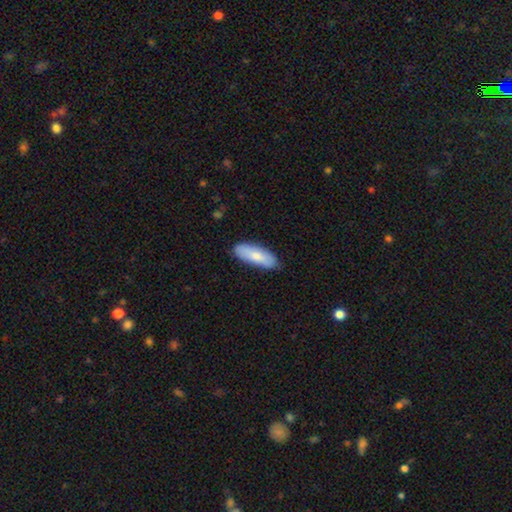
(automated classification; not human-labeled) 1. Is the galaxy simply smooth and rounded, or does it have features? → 79% smooth, 16% featured or disk, 5% star or artifact.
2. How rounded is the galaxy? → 67% in between, 31% cigar-shaped, 2% round.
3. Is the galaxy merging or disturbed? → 84% none, 12% minor disturbance, 2% major disturbance, 1% merger.